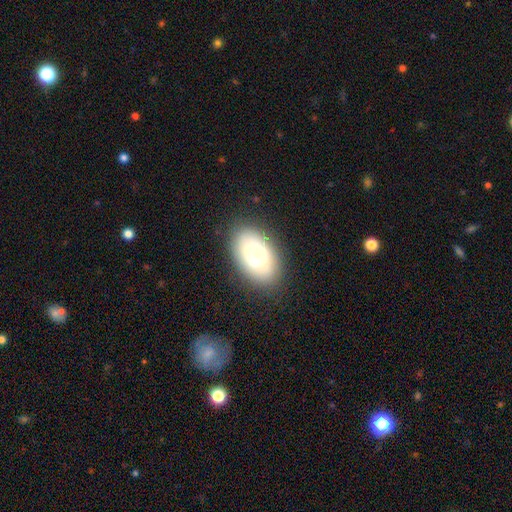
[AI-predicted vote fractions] Smooth or featured? Predicted: smooth (p=0.71). How rounded? Predicted: in between (p=0.91). Merging? Predicted: none (p=0.84).